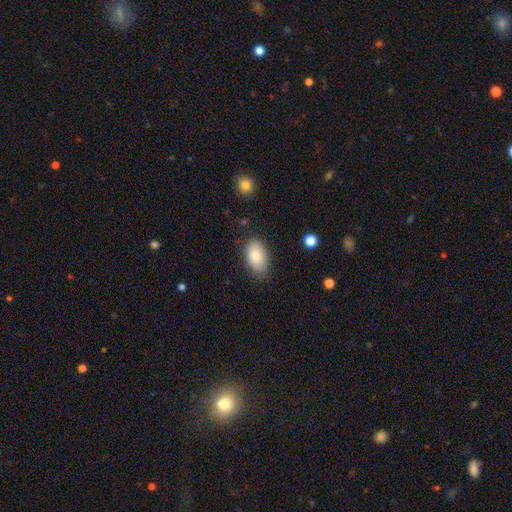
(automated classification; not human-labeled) A smooth galaxy with no disk features (83%) that is in between round and cigar-shaped (92%).

Vote fractions:
- Smooth or featured? smooth: 83% / featured or disk: 11% / star or artifact: 7%
- How rounded? in between: 92% / round: 6% / cigar-shaped: 1%
- Merging? none: 79% / minor disturbance: 16% / major disturbance: 3% / merger: 1%